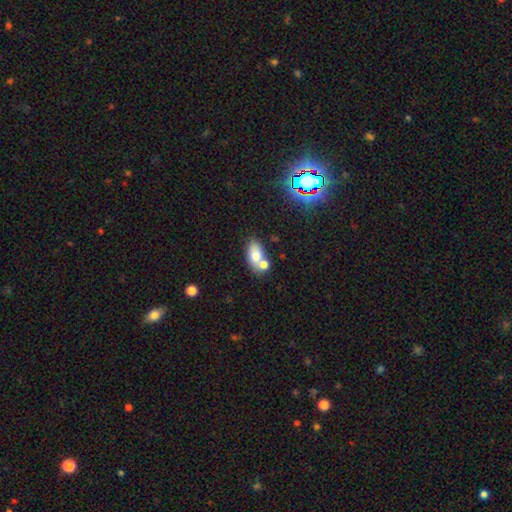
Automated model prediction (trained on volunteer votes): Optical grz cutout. It shows a smooth galaxy with no disk features (74%) that is in between round and cigar-shaped (87%). Merging: merger (42%).